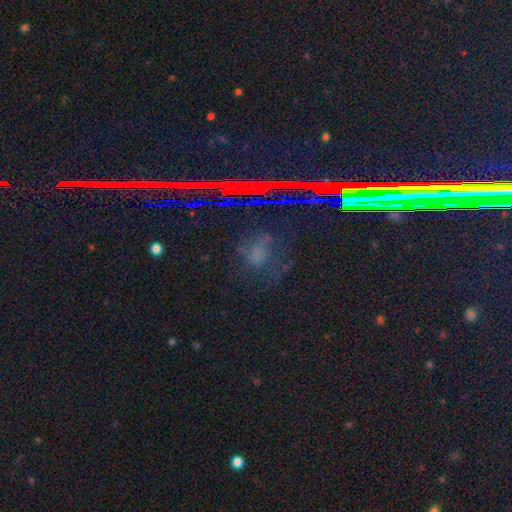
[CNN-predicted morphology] This appears to be a star or artifact, not a galaxy (58%).